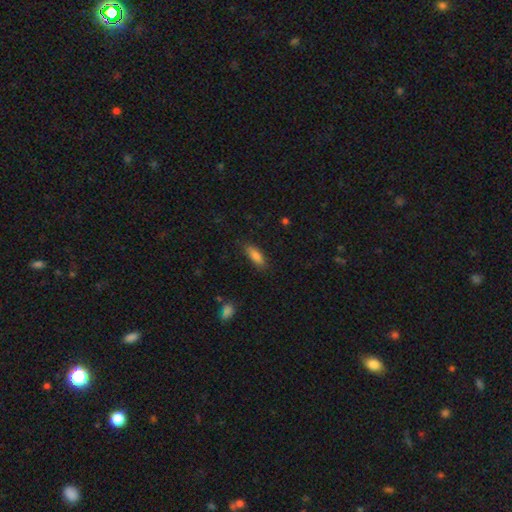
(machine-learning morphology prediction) smooth-or-featured: smooth: 82% | featured or disk: 10% | star or artifact: 7%
  how-rounded: in between: 65% | cigar-shaped: 33% | round: 2%
  merging: none: 82% | minor disturbance: 14% | major disturbance: 3% | merger: 1%